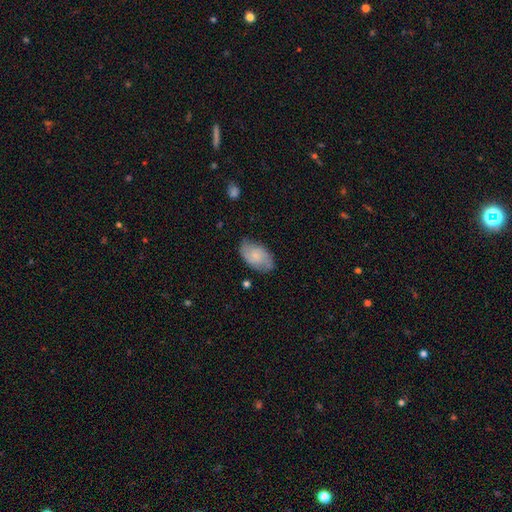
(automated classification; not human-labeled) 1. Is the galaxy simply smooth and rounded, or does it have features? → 55% smooth, 38% featured or disk, 7% star or artifact.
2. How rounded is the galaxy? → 93% in between, 6% round, 2% cigar-shaped.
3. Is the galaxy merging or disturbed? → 73% none, 21% minor disturbance, 5% major disturbance, 1% merger.